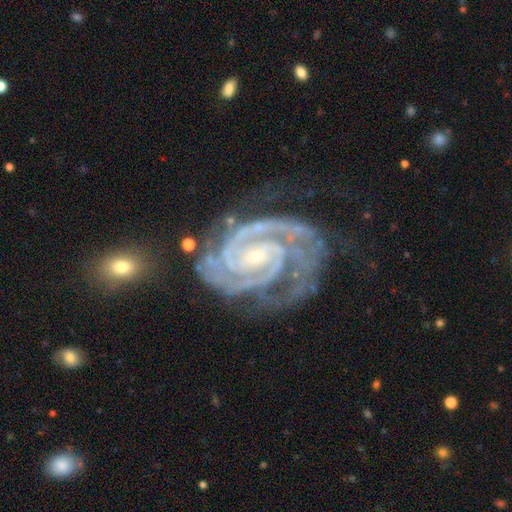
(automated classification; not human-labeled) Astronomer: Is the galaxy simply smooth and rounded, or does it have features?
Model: featured or disk — 94%.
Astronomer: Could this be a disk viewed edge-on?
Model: no — 98%.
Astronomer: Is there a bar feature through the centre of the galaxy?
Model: no — 47% (runner-up: weak, 34%).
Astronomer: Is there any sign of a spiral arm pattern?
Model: yes — 99%.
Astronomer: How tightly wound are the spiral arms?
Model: tight — 77%.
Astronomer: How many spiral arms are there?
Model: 2 — 62%.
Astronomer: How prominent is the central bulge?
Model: small — 81%.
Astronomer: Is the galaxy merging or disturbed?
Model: none — 62%.